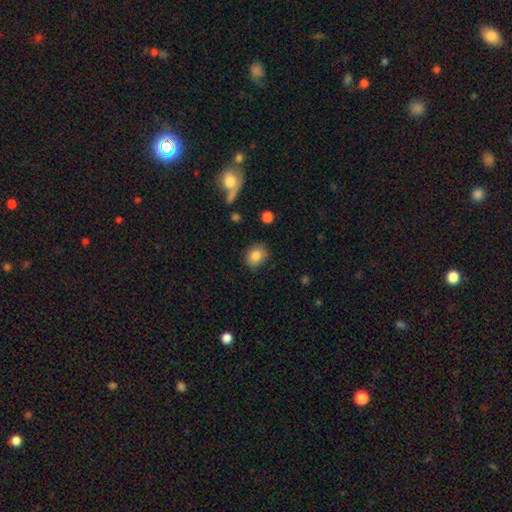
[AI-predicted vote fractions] Smooth or featured: smooth — 83% (star or artifact — 9%)
How rounded: round — 57% (in between — 42%)
Merging: none — 82% (minor disturbance — 13%)